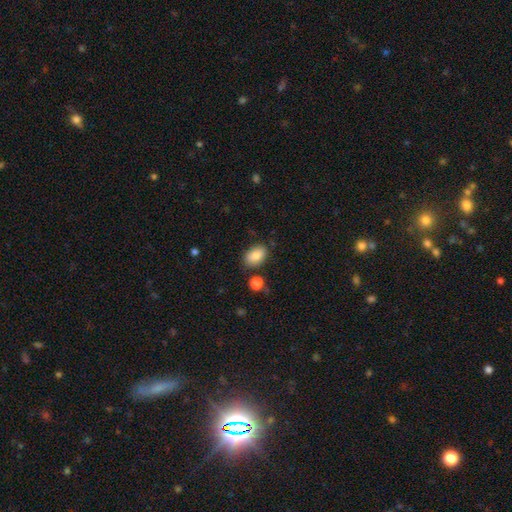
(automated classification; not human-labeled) Smooth or featured: smooth — 86% (star or artifact — 8%)
How rounded: in between — 88% (round — 11%)
Merging: none — 81% (minor disturbance — 12%)